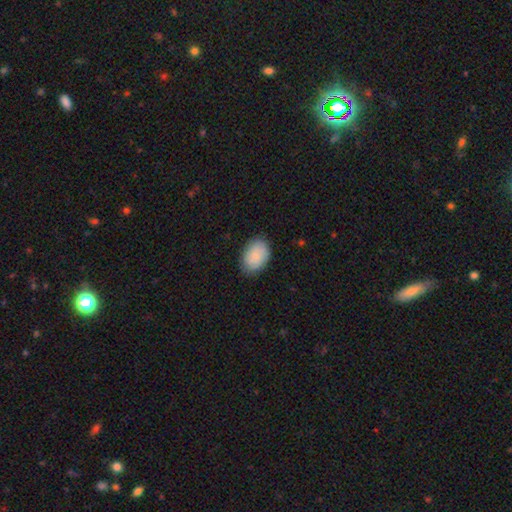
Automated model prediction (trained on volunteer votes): smooth_or_featured: smooth (p=0.78) [alt: featured or disk p=0.15]
how_rounded: in between (p=0.83) [alt: round p=0.16]
merging: none (p=0.82) [alt: minor disturbance p=0.14]